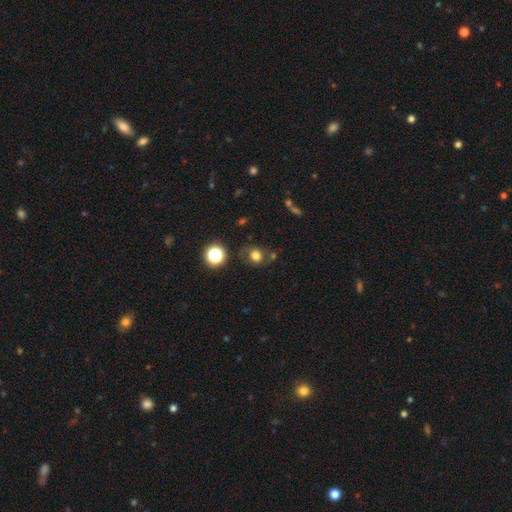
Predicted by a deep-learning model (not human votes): Smooth or featured?
  - smooth: 76% *
  - star or artifact: 16%
  - featured or disk: 8%
How rounded?
  - round: 73% *
  - in between: 26%
  - cigar-shaped: 1%
Merging?
  - none: 71% *
  - minor disturbance: 16%
  - merger: 7%
  - major disturbance: 6%